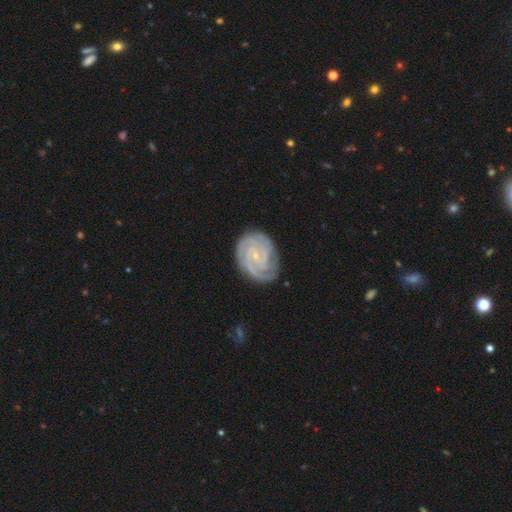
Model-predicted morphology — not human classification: Smooth or featured? featured or disk (89%)
Edge-on disk? no (98%)
Bar? no (61%)
Spiral arms? yes (98%)
Spiral winding? tight (79%)
Spiral arm count? 3 (35%)
Bulge size? small (82%)
Merging? none (79%)